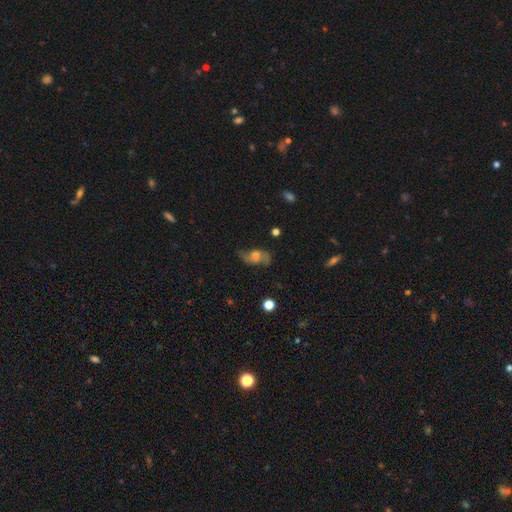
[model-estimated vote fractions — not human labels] featured or disk 59%, smooth 29%, star or artifact 12%. Down the decision tree: edge-on disk — no (88%); bar — no (66%); spiral arms — yes (81%); bulge size — moderate (46%); merging — none (60%).